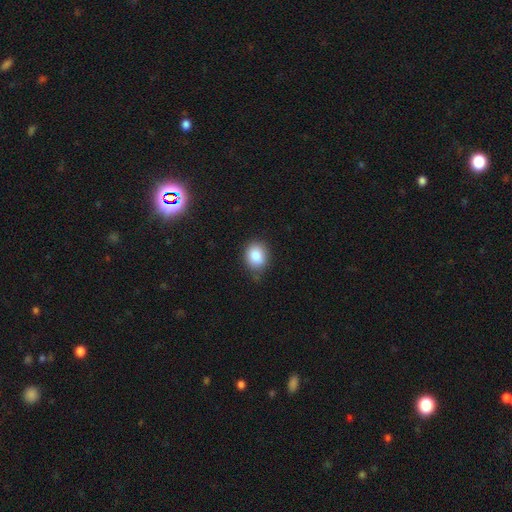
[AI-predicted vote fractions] smooth_or_featured: smooth (p=0.86) [alt: star or artifact p=0.09]
how_rounded: round (p=0.56) [alt: in between p=0.43]
merging: none (p=0.75) [alt: minor disturbance p=0.20]